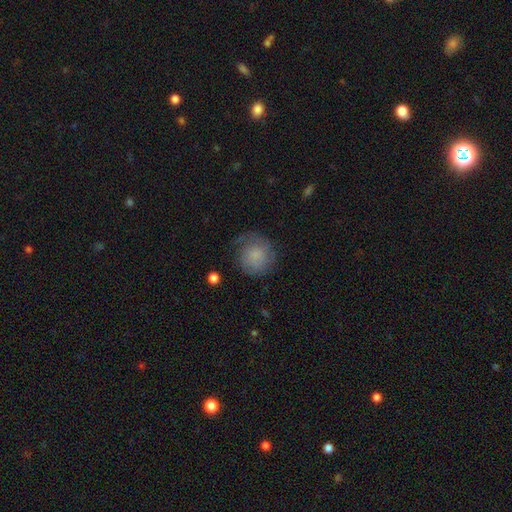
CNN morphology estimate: smooth-or-featured: smooth: 69% | featured or disk: 23% | star or artifact: 8%
  how-rounded: round: 88% | in between: 11% | cigar-shaped: 1%
  merging: none: 57% | minor disturbance: 26% | major disturbance: 16% | merger: 2%